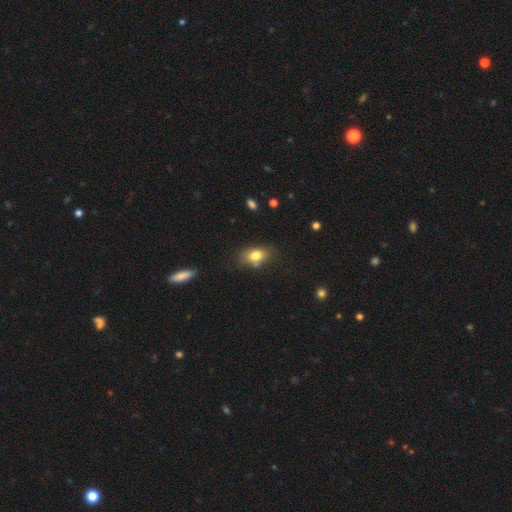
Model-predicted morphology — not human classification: smooth-or-featured: smooth: 80% | featured or disk: 11% | star or artifact: 9%
  how-rounded: in between: 78% | round: 20% | cigar-shaped: 2%
  merging: none: 67% | minor disturbance: 21% | merger: 6% | major disturbance: 6%